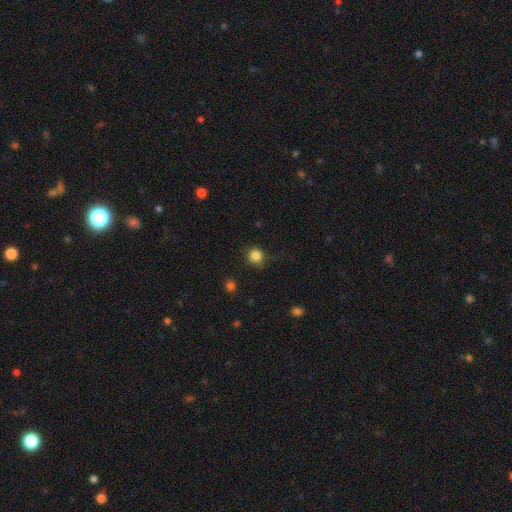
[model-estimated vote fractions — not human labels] Smooth or featured: smooth — 84% (star or artifact — 12%)
How rounded: round — 90% (in between — 9%)
Merging: none — 78% (minor disturbance — 16%)